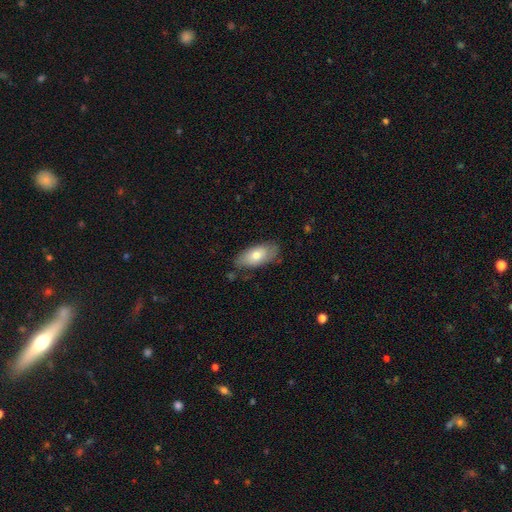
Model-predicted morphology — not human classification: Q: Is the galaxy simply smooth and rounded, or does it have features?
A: smooth — 70%.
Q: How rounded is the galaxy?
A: in between — 87%.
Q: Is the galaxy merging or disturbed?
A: none — 76%.